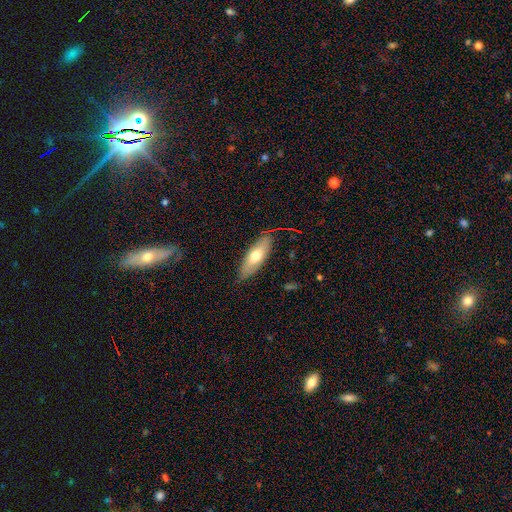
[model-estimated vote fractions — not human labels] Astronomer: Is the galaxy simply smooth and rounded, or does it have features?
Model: smooth — 63%.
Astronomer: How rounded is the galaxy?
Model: in between — 60% (runner-up: cigar-shaped, 37%).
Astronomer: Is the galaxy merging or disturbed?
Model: none — 82%.